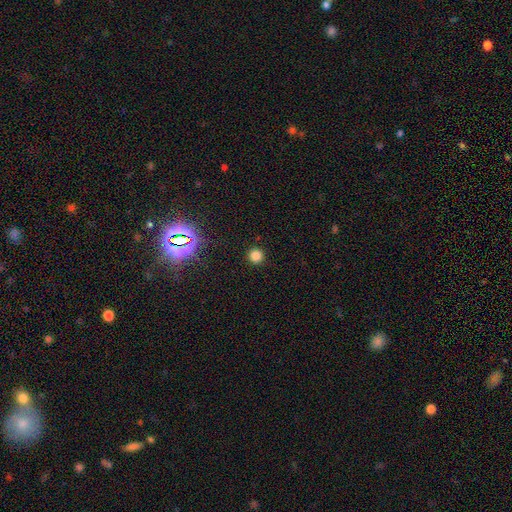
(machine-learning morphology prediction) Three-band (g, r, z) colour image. It shows a smooth galaxy with no disk features (78%) that is round (95%). Merging: none (92%).